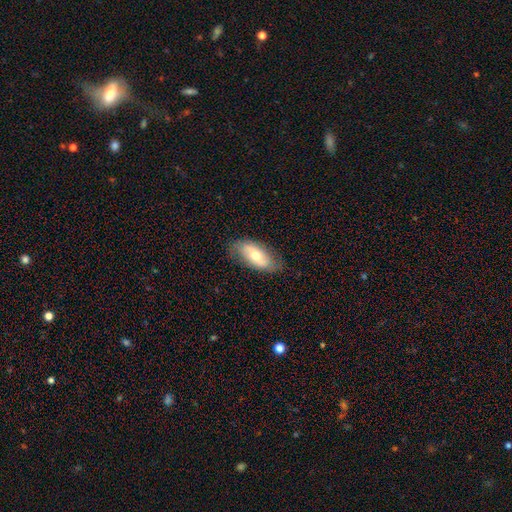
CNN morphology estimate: smooth-or-featured: smooth: 50% | featured or disk: 44% | star or artifact: 6%
  how-rounded: in between: 89% | cigar-shaped: 8% | round: 3%
  merging: none: 79% | minor disturbance: 16% | major disturbance: 4% | merger: 1%